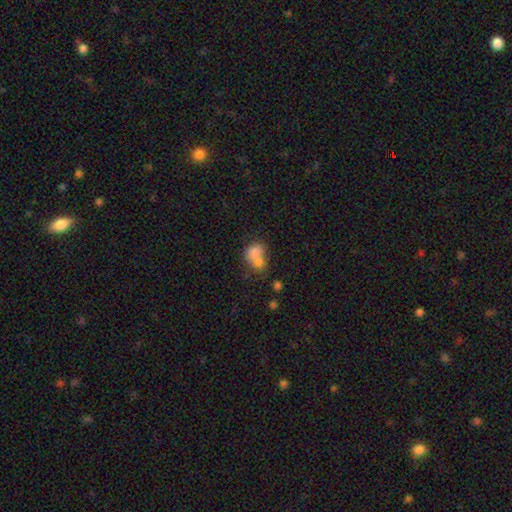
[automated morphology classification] Smooth or featured?
  - smooth: 75% *
  - featured or disk: 15%
  - star or artifact: 10%
How rounded?
  - in between: 55% *
  - round: 44%
  - cigar-shaped: 1%
Merging?
  - merger: 61% *
  - none: 23%
  - minor disturbance: 9%
  - major disturbance: 6%